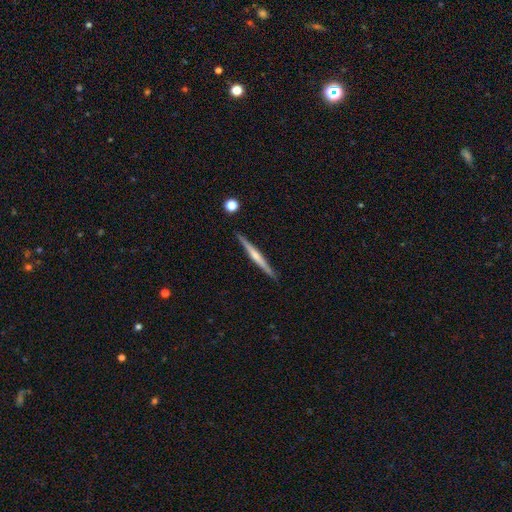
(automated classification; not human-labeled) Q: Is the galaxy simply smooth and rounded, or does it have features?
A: featured or disk — 62%.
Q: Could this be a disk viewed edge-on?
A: yes — 98%.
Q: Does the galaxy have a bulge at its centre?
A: rounded — 52%.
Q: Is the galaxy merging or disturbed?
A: none — 90%.